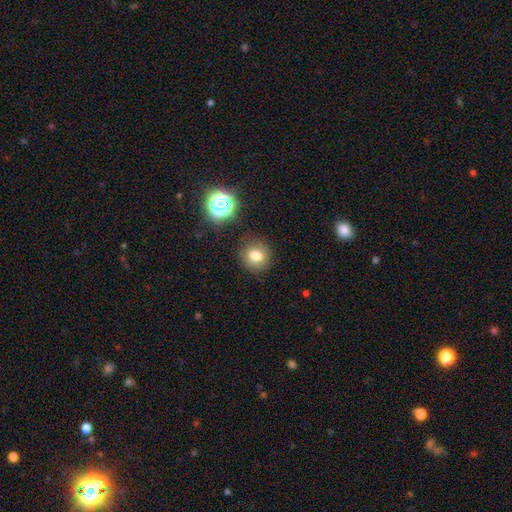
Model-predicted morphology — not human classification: This appears to be a smooth galaxy with no disk features (77%) that is round (88%). Merging: none (86%).